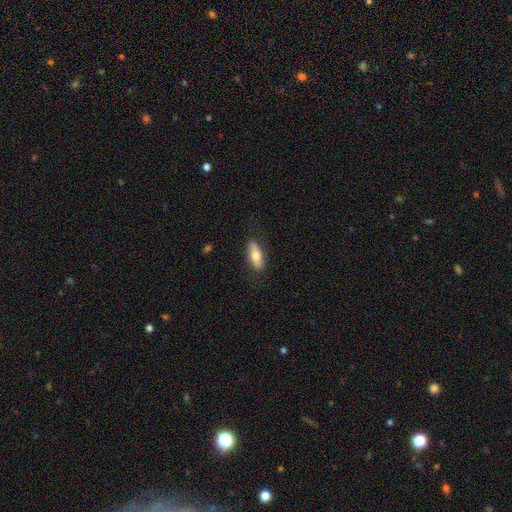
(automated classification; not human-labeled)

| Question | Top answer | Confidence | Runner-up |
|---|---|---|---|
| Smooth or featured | smooth | 65% | featured or disk (29%) |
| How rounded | in between | 61% | cigar-shaped (36%) |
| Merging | none | 84% | minor disturbance (13%) |